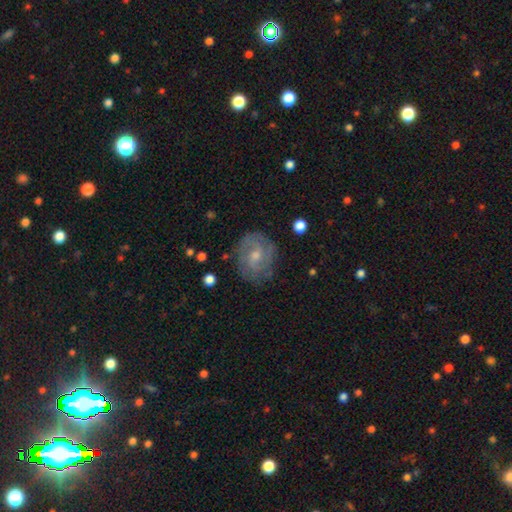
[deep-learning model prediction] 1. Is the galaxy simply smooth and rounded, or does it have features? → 64% featured or disk, 28% smooth, 8% star or artifact.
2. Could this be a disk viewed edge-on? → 97% no, 3% yes.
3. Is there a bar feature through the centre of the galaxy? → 59% no, 36% weak, 5% strong.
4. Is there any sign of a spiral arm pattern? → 81% yes, 19% no.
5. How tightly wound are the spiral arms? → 53% tight, 35% medium, 12% loose.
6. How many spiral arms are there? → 39% can't tell, 36% 2, 13% 3, 4% 4, 4% 1, 4% more than 4.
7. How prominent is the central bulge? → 51% moderate, 42% small, 3% none, 2% large, 1% dominant.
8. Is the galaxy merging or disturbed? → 76% none, 17% minor disturbance, 6% major disturbance, 1% merger.